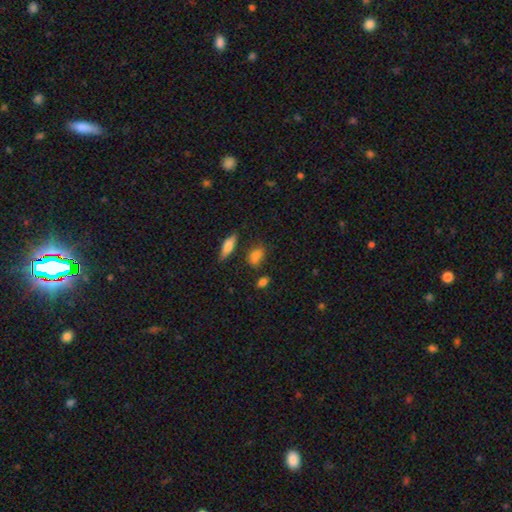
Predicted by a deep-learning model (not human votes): This appears to be a smooth galaxy with no disk features (78%) that is in between round and cigar-shaped (72%). Merging: none (62%).